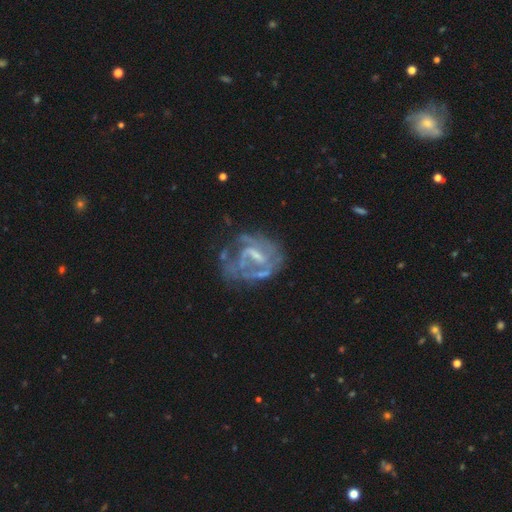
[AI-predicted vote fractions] Morphology: type=featured or disk (80%); edge-on=no (97%); bar=weak (49%); spiral arms=yes (71%); winding=medium (41%); arm count=can't tell (37%); bulge=small (36%); merging=none (44%).